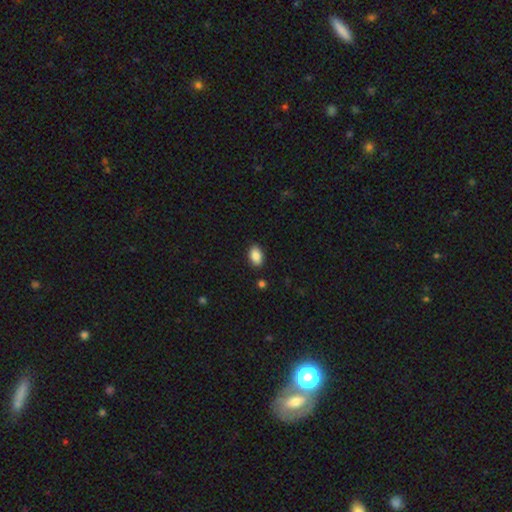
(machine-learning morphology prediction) type=smooth (88%); roundness=in between (91%); merging=none (89%).